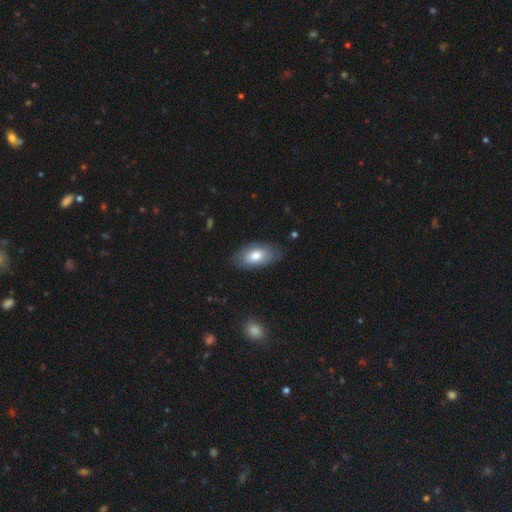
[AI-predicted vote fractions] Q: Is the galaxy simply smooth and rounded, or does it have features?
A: smooth — 75%.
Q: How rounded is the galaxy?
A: in between — 93%.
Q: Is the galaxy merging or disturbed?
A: none — 79%.